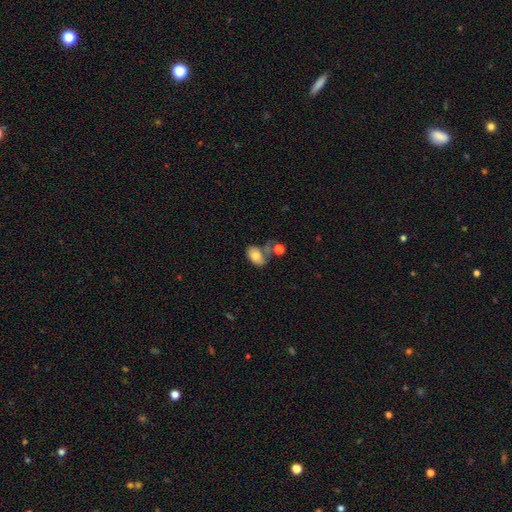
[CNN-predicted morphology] This is likely a smooth galaxy (74%). How rounded: clearly in between (84%). Merging: marginally none (31%).